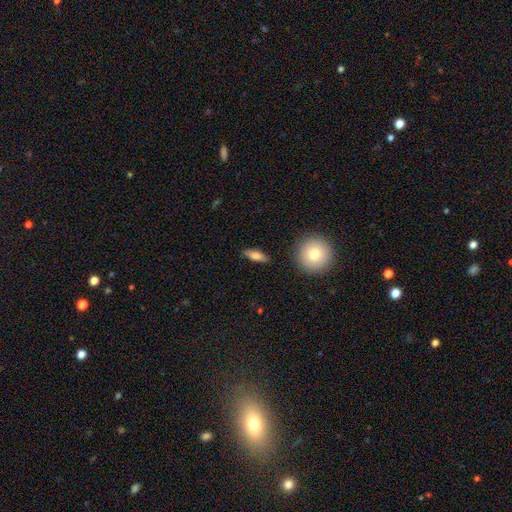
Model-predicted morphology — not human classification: Smooth or featured? smooth (71%)
How rounded? in between (58%)
Merging? none (86%)